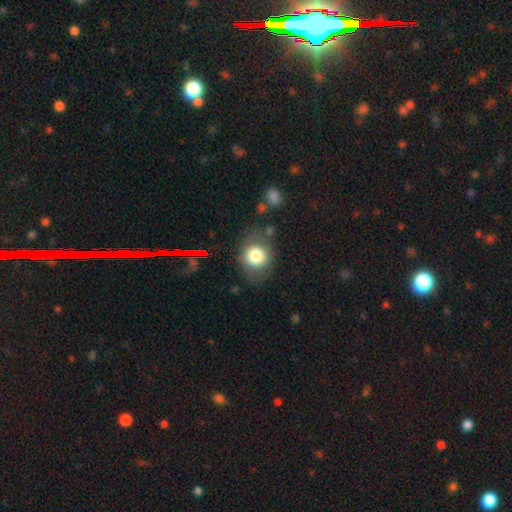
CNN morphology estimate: Overall: smooth (77%). How rounded: round (72%). Merging: none (73%).